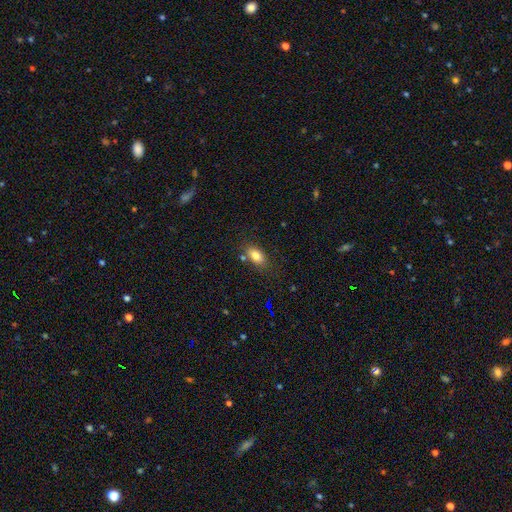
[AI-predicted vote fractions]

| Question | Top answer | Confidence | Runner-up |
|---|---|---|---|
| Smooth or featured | smooth | 81% | featured or disk (10%) |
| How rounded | in between | 88% | round (8%) |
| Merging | none | 76% | minor disturbance (14%) |